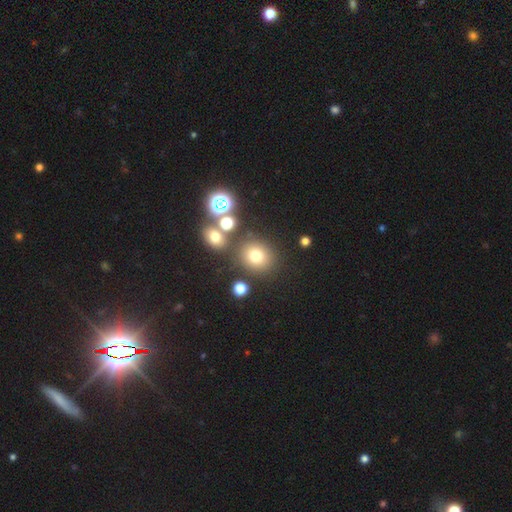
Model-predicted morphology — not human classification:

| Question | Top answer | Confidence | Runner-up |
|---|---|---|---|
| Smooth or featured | smooth | 72% | star or artifact (18%) |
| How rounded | round | 80% | in between (19%) |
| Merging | none | 77% | merger (9%) |